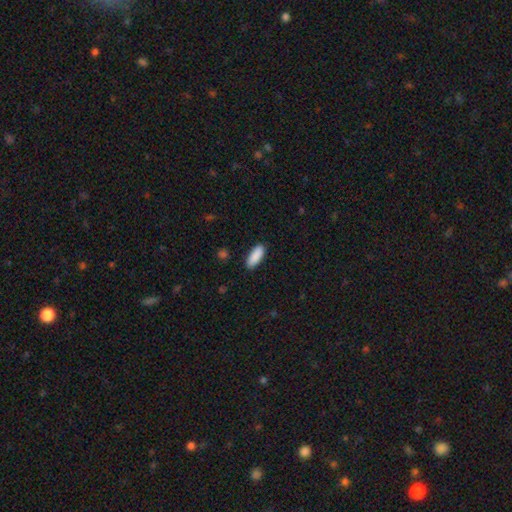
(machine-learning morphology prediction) smooth-or-featured: smooth: 90% | star or artifact: 6% | featured or disk: 4%
  how-rounded: in between: 71% | cigar-shaped: 28% | round: 2%
  merging: none: 89% | minor disturbance: 8% | major disturbance: 2% | merger: 1%